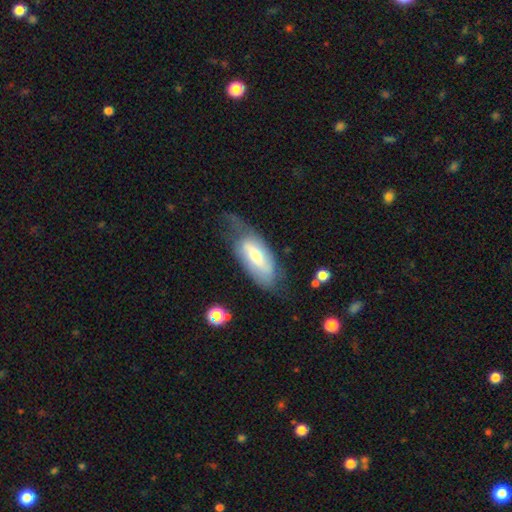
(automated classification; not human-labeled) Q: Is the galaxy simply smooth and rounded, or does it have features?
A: featured or disk — 54%.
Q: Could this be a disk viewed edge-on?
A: no — 84%.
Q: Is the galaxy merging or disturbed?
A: none — 39%.